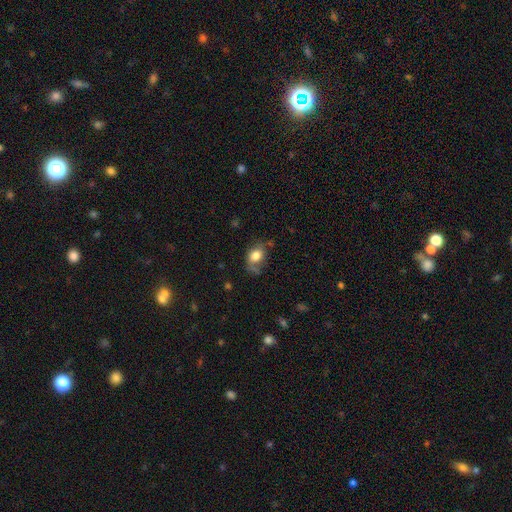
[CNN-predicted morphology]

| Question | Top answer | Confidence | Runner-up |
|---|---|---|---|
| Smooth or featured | smooth | 73% | featured or disk (18%) |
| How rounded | in between | 72% | round (26%) |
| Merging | none | 47% | minor disturbance (30%) |